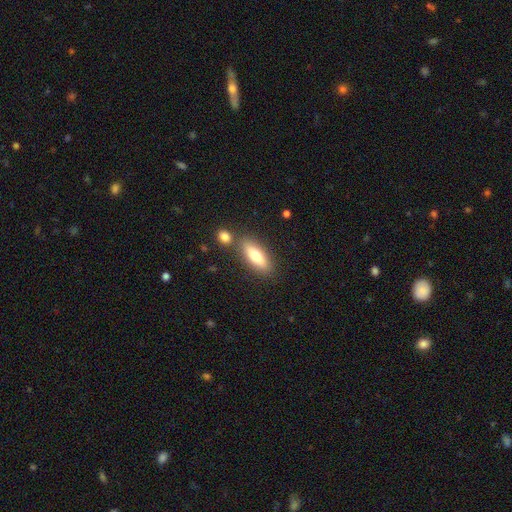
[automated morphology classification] A smooth galaxy with no disk features (75%) that is in between round and cigar-shaped (62%).

Vote fractions:
- Smooth or featured? smooth: 75% / featured or disk: 19% / star or artifact: 6%
- How rounded? in between: 62% / cigar-shaped: 36% / round: 2%
- Merging? none: 75% / merger: 12% / minor disturbance: 11% / major disturbance: 3%